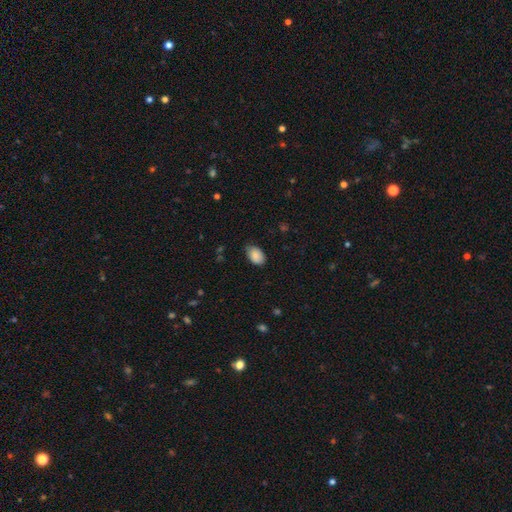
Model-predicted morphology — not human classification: smooth_or_featured: smooth (p=0.84) [alt: featured or disk p=0.09]
how_rounded: in between (p=0.88) [alt: round p=0.11]
merging: none (p=0.70) [alt: minor disturbance p=0.25]